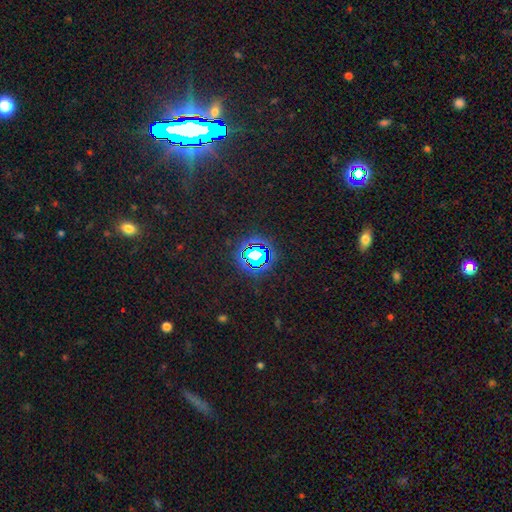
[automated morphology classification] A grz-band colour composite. It shows a star or artifact, not a galaxy (74%).